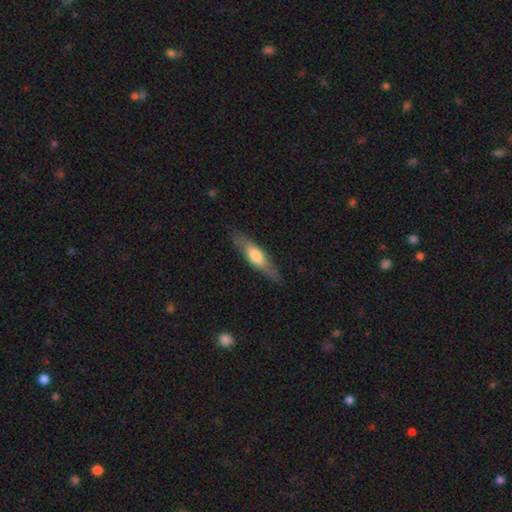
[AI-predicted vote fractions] Smooth or featured? Predicted: smooth (p=0.54). How rounded? Predicted: cigar-shaped (p=0.65). Merging? Predicted: none (p=0.82).